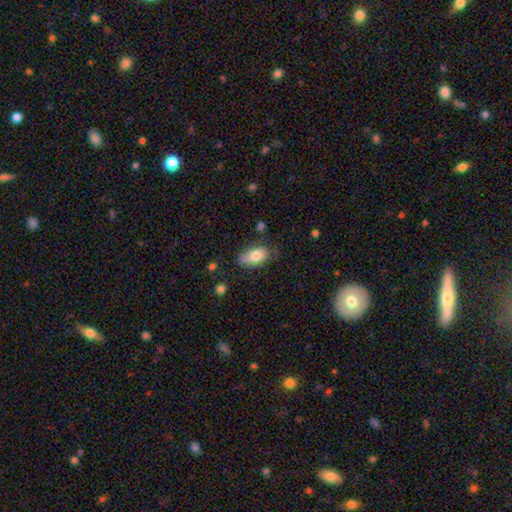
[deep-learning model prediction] A smooth galaxy with no disk features (79%) that is in between round and cigar-shaped (92%).

Vote fractions:
- Smooth or featured? smooth: 79% / featured or disk: 14% / star or artifact: 7%
- How rounded? in between: 92% / round: 5% / cigar-shaped: 3%
- Merging? none: 62% / minor disturbance: 29% / major disturbance: 7% / merger: 3%